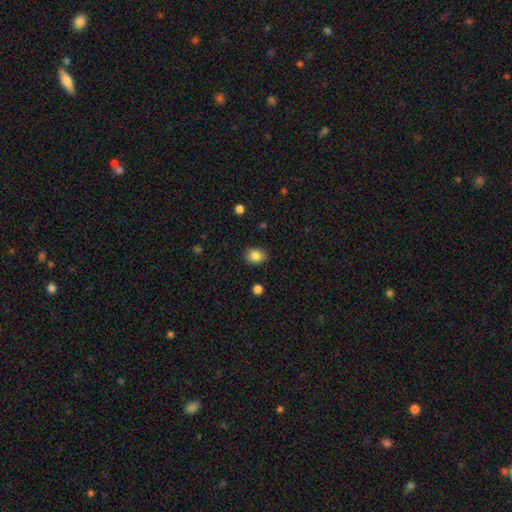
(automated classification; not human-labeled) Morphology: type=smooth (86%); roundness=in between (54%); merging=none (88%).